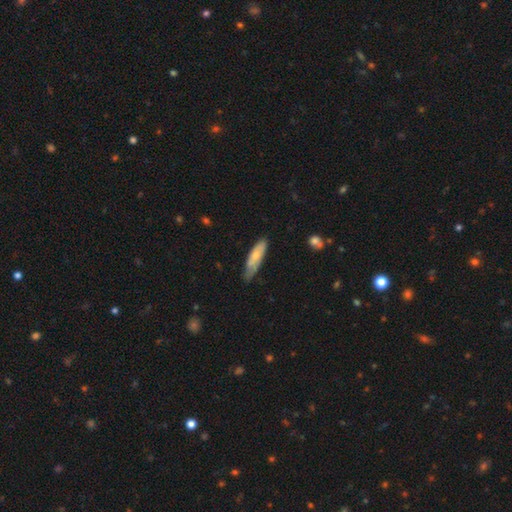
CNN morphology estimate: smooth_or_featured: smooth (p=0.65) [alt: featured or disk p=0.29]
how_rounded: cigar-shaped (p=0.59) [alt: in between p=0.40]
merging: none (p=0.58) [alt: minor disturbance p=0.34]